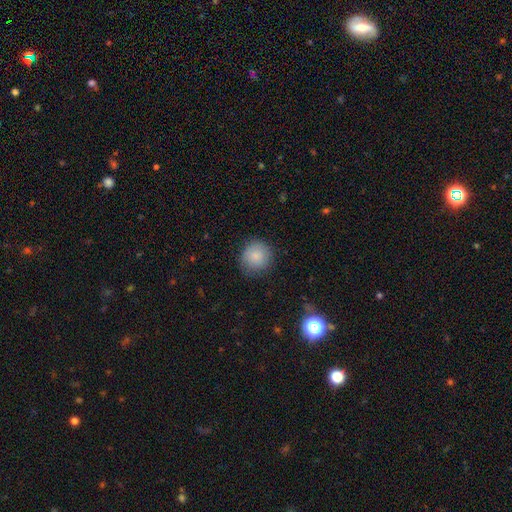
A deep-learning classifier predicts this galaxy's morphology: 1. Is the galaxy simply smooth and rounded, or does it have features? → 86% smooth, 8% star or artifact, 6% featured or disk.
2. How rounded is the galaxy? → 92% round, 7% in between, 1% cigar-shaped.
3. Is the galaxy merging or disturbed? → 82% none, 13% minor disturbance, 3% major disturbance, 1% merger.